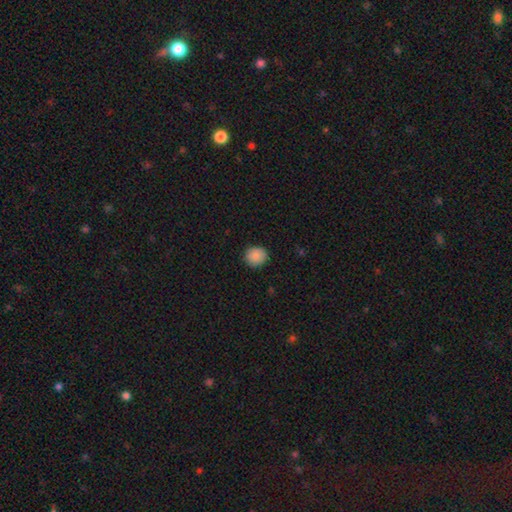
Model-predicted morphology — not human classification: This is clearly a smooth galaxy (88%). How rounded: clearly round (86%). Merging: clearly none (90%).